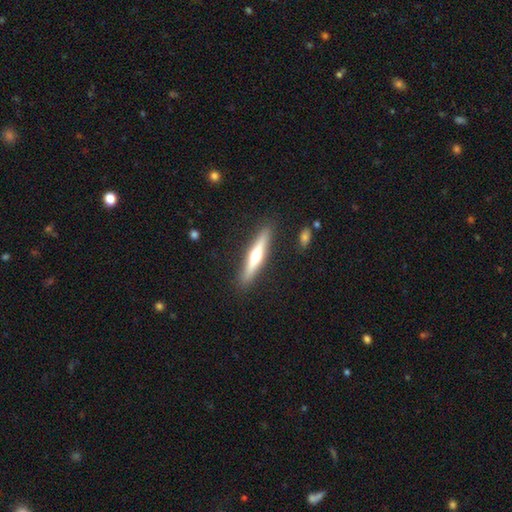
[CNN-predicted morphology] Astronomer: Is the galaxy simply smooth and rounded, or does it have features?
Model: featured or disk — 56% (runner-up: smooth, 38%).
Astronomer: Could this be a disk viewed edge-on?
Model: yes — 95%.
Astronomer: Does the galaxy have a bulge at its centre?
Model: rounded — 90%.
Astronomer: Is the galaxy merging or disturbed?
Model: none — 90%.